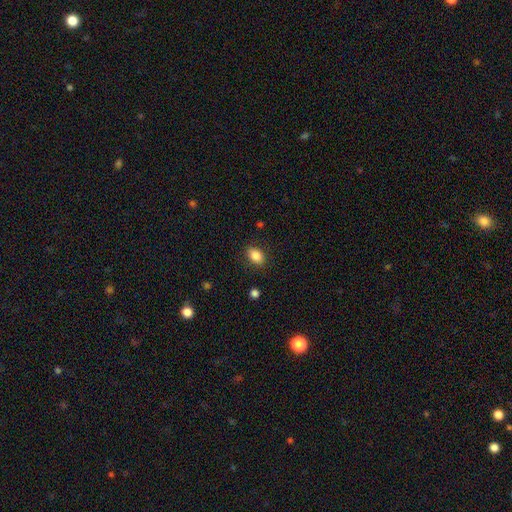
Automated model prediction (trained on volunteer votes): Smooth or featured? smooth (87%)
How rounded? in between (83%)
Merging? none (86%)